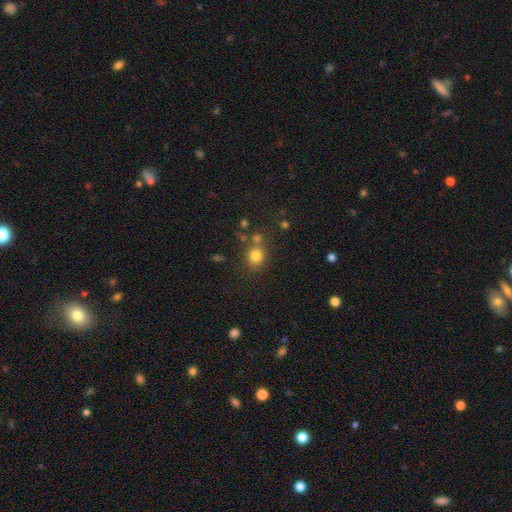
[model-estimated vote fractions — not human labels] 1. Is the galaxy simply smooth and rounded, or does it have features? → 79% smooth, 13% star or artifact, 7% featured or disk.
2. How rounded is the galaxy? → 77% round, 22% in between, 1% cigar-shaped.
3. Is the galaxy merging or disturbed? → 66% none, 17% merger, 12% minor disturbance, 5% major disturbance.